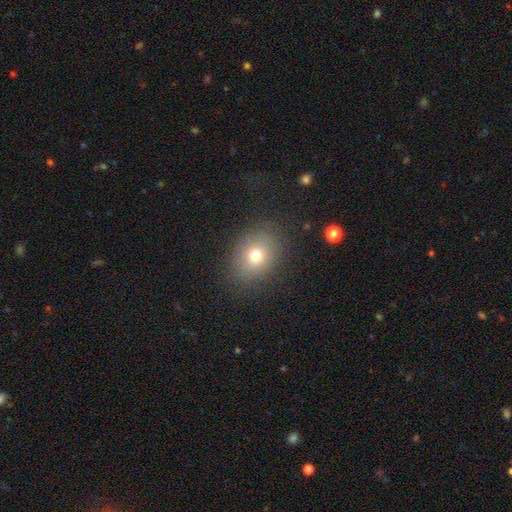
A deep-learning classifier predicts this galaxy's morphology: Smooth or featured? smooth (71%)
How rounded? in between (58%)
Merging? none (82%)